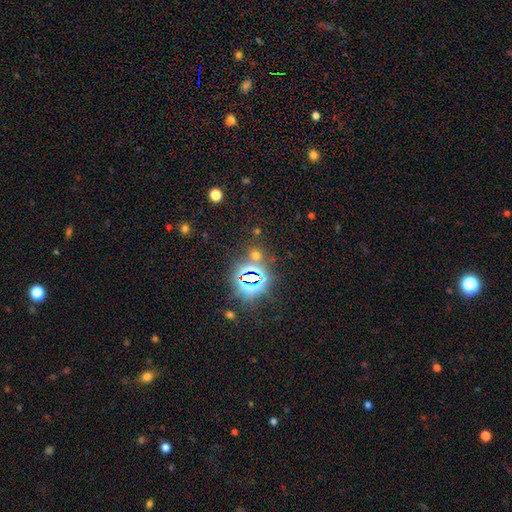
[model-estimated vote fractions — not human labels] This appears to be a star or artifact, not a galaxy (58%).